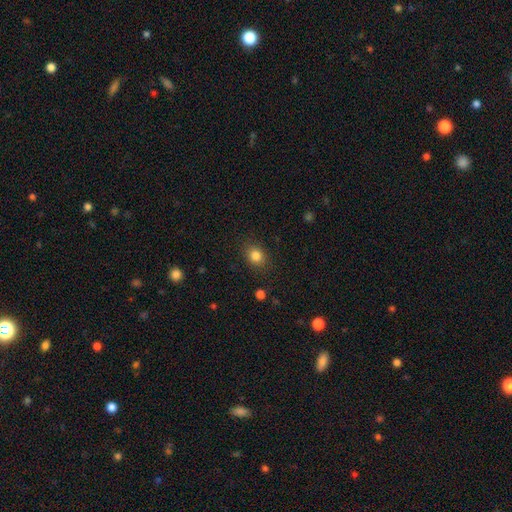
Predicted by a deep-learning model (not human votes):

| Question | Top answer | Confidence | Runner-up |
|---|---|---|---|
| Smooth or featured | smooth | 83% | star or artifact (11%) |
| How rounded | round | 57% | in between (42%) |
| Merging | none | 86% | minor disturbance (10%) |